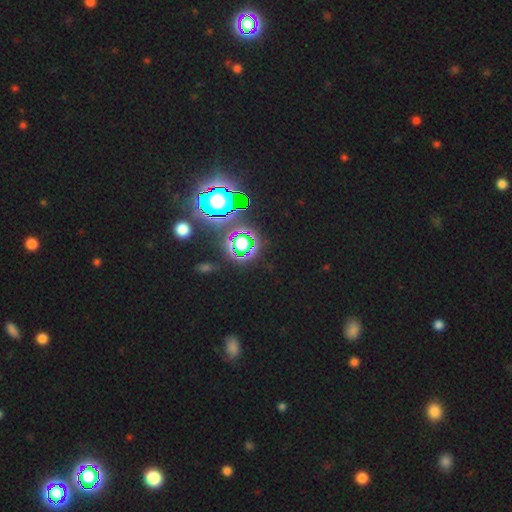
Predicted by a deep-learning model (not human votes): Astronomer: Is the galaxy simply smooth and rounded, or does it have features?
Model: star or artifact — 78%.